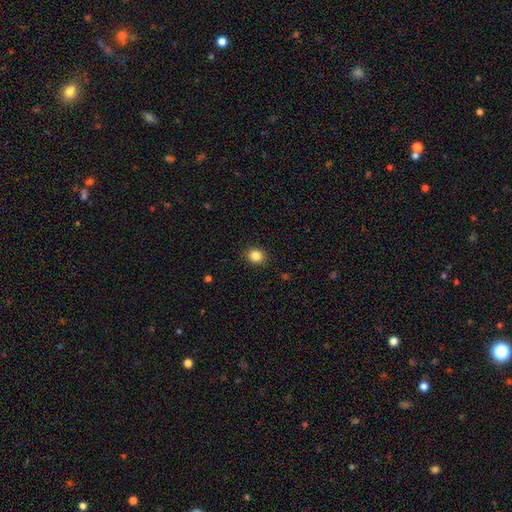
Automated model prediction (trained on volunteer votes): Smooth or featured? Predicted: smooth (p=0.85). How rounded? Predicted: round (p=0.66). Merging? Predicted: none (p=0.90).